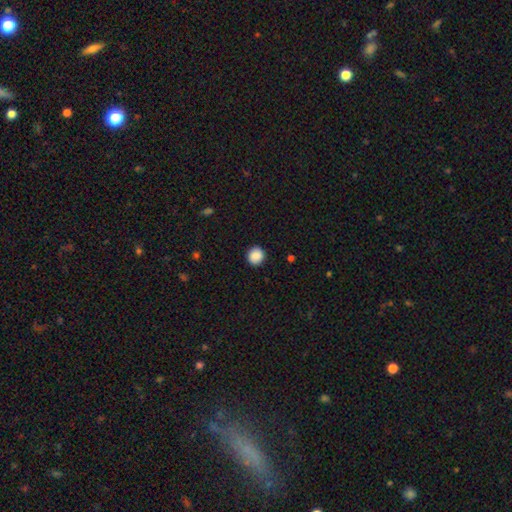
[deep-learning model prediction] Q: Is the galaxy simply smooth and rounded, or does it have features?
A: smooth — 89%.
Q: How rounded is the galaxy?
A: round — 92%.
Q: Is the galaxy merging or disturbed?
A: none — 91%.